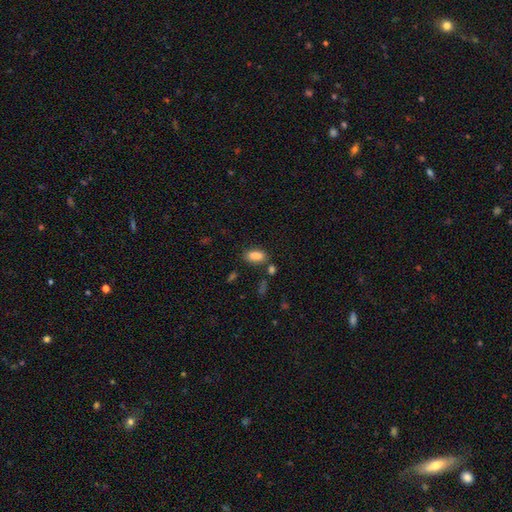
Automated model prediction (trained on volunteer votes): Smooth or featured: smooth — 86% (star or artifact — 8%)
How rounded: in between — 90% (round — 5%)
Merging: none — 76% (minor disturbance — 12%)